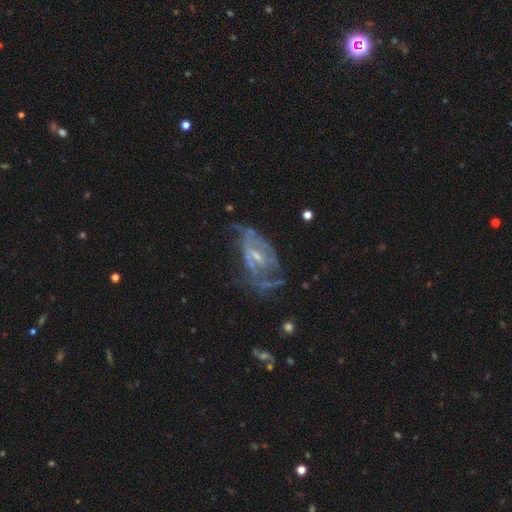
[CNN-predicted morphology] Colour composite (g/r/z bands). It shows a featured or disk galaxy (78%) with a weak bar (48%), 2 (40%) medium (42%) spiral arms (72%) and a small central bulge (56%). Merging: none (41%).